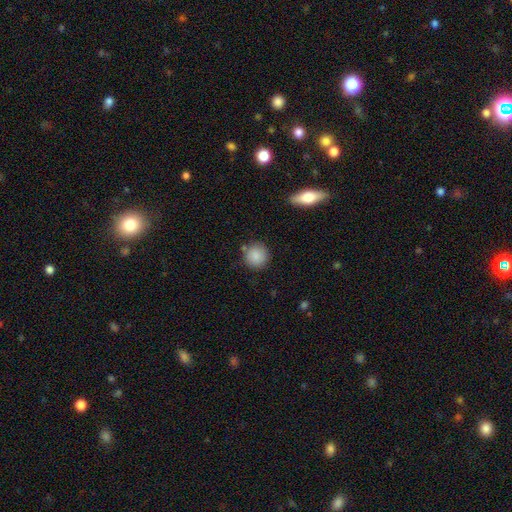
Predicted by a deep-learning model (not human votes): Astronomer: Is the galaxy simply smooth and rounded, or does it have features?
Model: smooth — 88%.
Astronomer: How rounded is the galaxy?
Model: round — 93%.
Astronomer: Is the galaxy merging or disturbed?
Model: none — 82%.